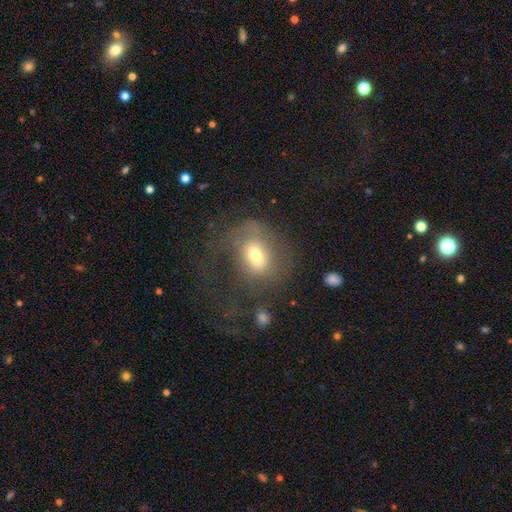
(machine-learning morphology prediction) smooth_or_featured: smooth (p=0.57) [alt: featured or disk p=0.32]
how_rounded: in between (p=0.54) [alt: round p=0.45]
merging: major disturbance (p=0.42) [alt: none p=0.36]